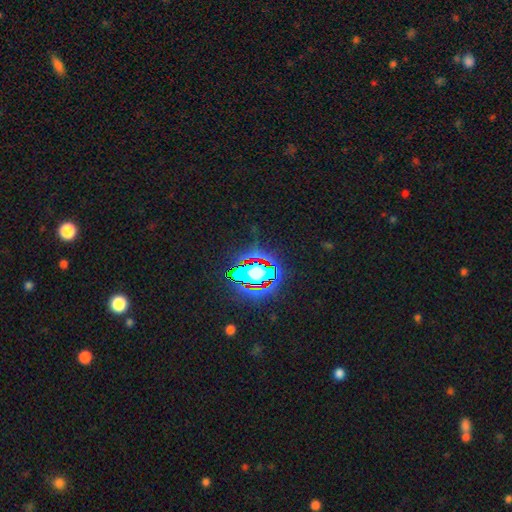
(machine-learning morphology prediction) Overall: star or artifact (74%).